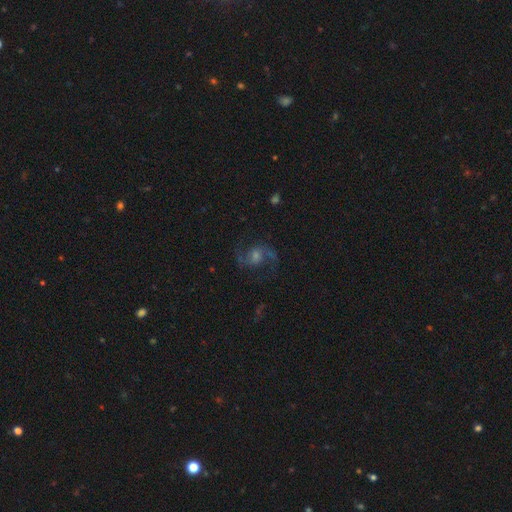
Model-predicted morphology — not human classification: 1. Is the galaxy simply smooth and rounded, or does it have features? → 82% featured or disk, 10% star or artifact, 8% smooth.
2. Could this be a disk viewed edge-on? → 97% no, 3% yes.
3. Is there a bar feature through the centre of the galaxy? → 52% no, 39% weak, 9% strong.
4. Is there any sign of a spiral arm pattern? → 96% yes, 4% no.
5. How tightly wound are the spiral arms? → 49% loose, 44% medium, 7% tight.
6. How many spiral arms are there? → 92% 2, 2% can't tell, 2% 1, 1% 3, 1% 4, 1% more than 4.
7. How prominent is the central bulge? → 44% moderate, 36% small, 10% large, 9% none, 2% dominant.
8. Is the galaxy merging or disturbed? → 77% none, 13% minor disturbance, 9% major disturbance, 2% merger.